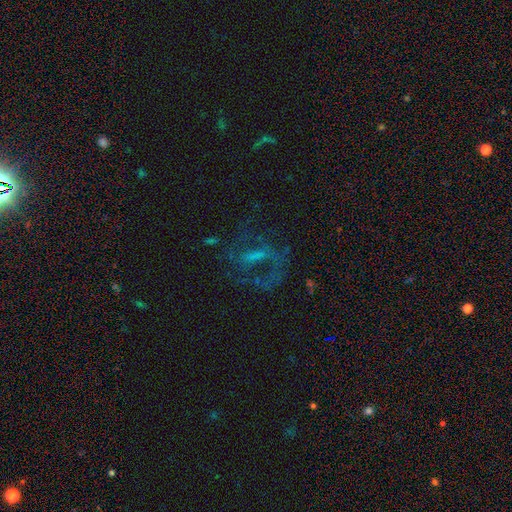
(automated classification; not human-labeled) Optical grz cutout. It shows a star or artifact, not a galaxy (63%).